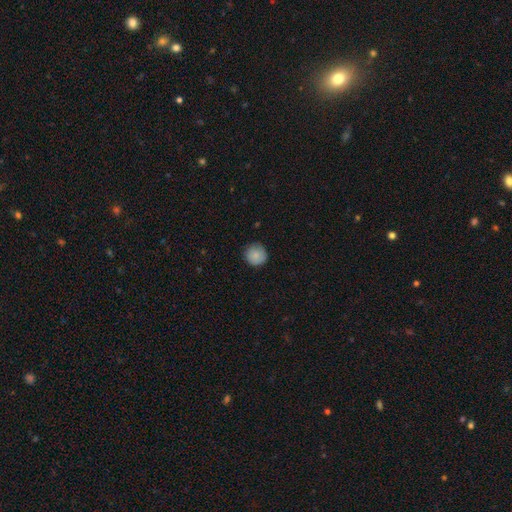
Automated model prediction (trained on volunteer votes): The model was most divided on "merging": none: 86%, minor disturbance: 11%, major disturbance: 2%, merger: 1%. More confident: how rounded — round (95%); smooth or featured — smooth (85%).